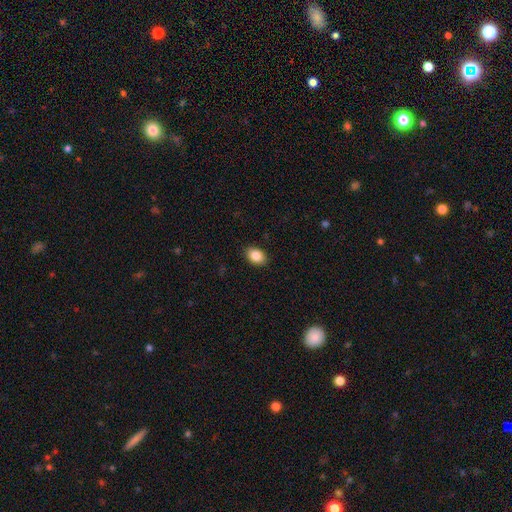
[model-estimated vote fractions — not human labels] This is clearly a smooth galaxy (87%). How rounded: likely in between (77%). Merging: clearly none (88%).